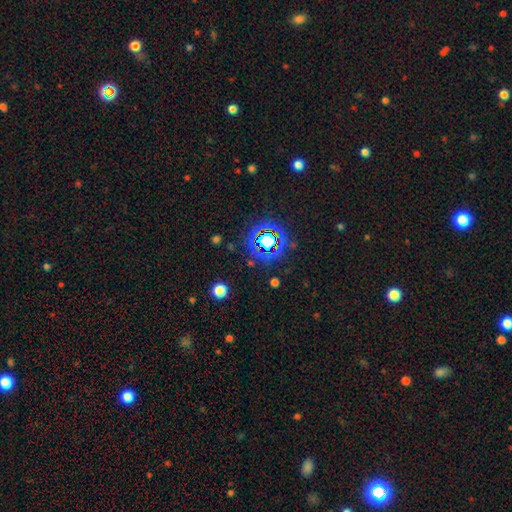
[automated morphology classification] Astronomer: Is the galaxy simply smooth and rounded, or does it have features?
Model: star or artifact — 61%.